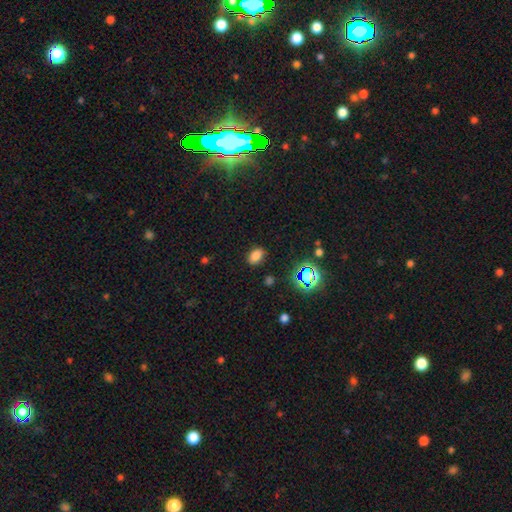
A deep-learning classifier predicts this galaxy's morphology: smooth-or-featured: smooth: 76% | star or artifact: 19% | featured or disk: 6%
  how-rounded: in between: 80% | round: 19% | cigar-shaped: 1%
  merging: none: 85% | minor disturbance: 10% | major disturbance: 3% | merger: 2%